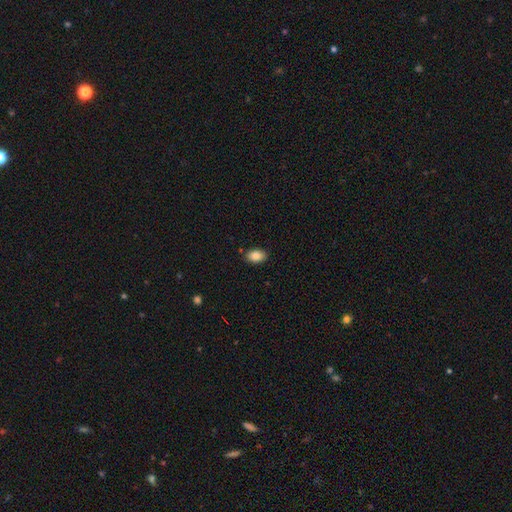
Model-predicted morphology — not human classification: The model was most divided on "how rounded": in between: 86%, round: 13%, cigar-shaped: 1%. More confident: merging — none (87%); smooth or featured — smooth (86%).